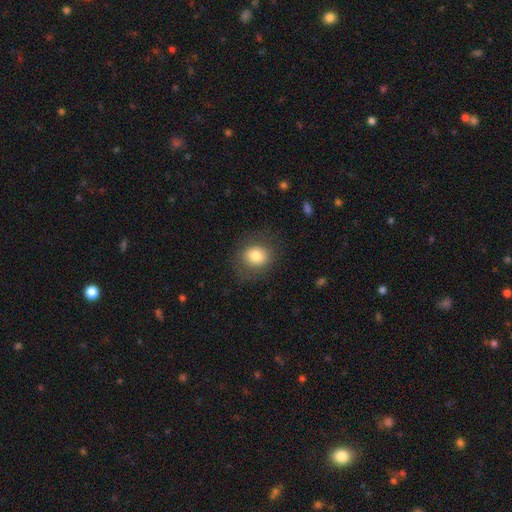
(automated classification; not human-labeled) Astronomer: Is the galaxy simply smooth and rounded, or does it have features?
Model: smooth — 79%.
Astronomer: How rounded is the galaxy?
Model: round — 69%.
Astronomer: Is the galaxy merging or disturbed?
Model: none — 79%.